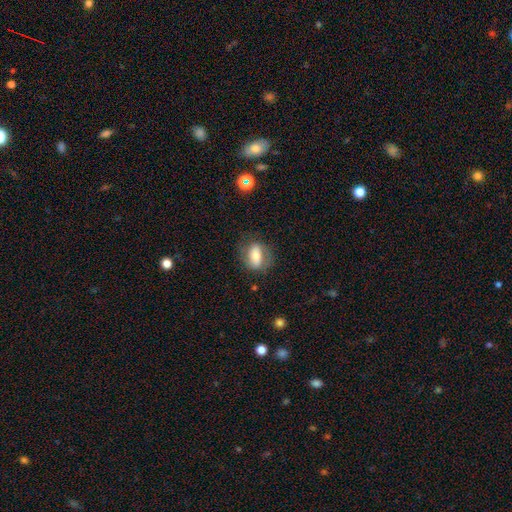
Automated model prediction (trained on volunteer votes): smooth_or_featured: smooth (p=0.59) [alt: featured or disk p=0.33]
how_rounded: in between (p=0.76) [alt: round p=0.20]
merging: none (p=0.72) [alt: minor disturbance p=0.18]